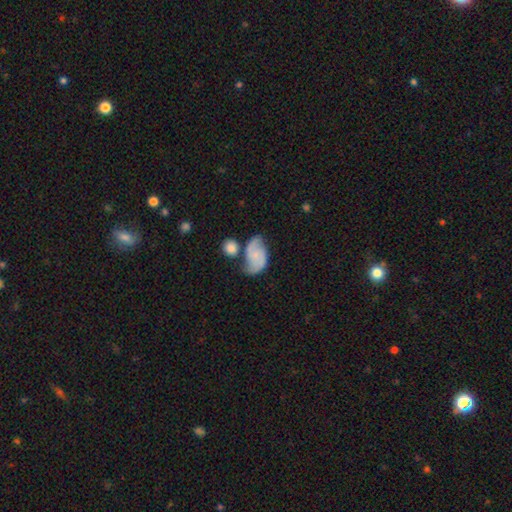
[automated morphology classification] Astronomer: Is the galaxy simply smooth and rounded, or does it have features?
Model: featured or disk — 60%.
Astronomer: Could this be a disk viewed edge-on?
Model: no — 97%.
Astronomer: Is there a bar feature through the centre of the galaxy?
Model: no — 68%.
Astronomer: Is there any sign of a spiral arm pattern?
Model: yes — 89%.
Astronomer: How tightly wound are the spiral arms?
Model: medium — 41% (runner-up: loose, 40%).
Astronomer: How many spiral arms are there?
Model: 2 — 86%.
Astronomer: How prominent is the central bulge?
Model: small — 58%.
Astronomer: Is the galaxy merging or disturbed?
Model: none — 44% (runner-up: minor disturbance, 25%).